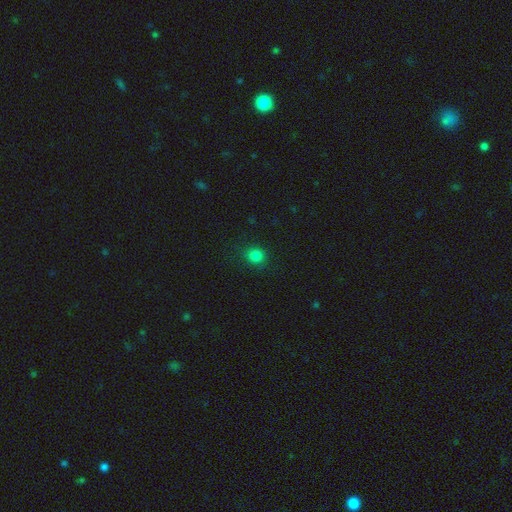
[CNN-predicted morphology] Smooth or featured? smooth (82%)
How rounded? round (85%)
Merging? none (87%)